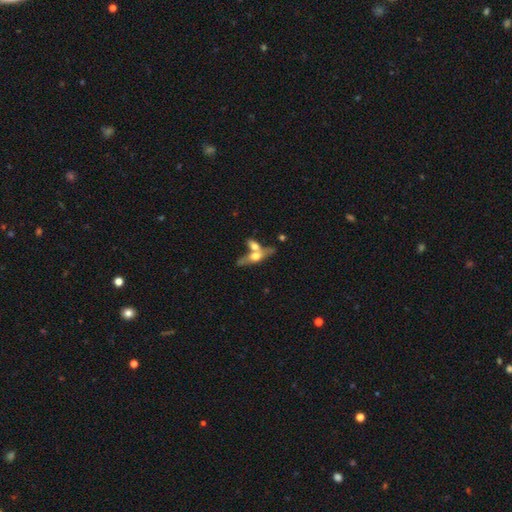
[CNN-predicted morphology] Smooth or featured?
  - featured or disk: 52% *
  - smooth: 40%
  - star or artifact: 8%
Edge-on disk?
  - yes: 69% *
  - no: 31%
Merging?
  - merger: 51% *
  - none: 32%
  - minor disturbance: 10%
  - major disturbance: 7%